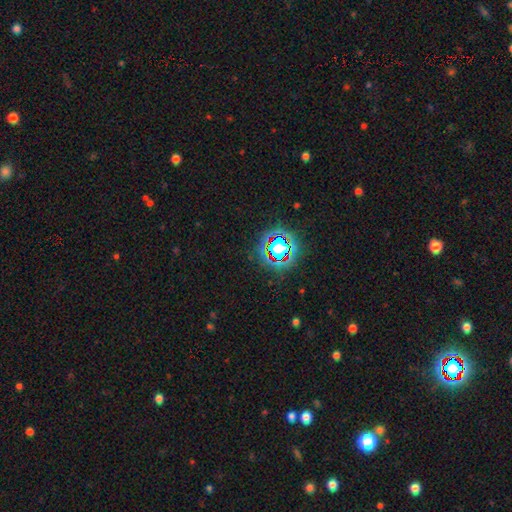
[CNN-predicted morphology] Overall: star or artifact (82%).